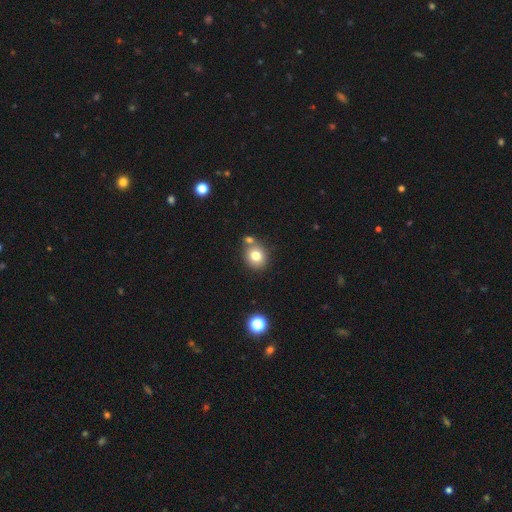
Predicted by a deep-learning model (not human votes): Smooth or featured: smooth — 78% (star or artifact — 12%)
How rounded: round — 73% (in between — 26%)
Merging: none — 67% (merger — 19%)